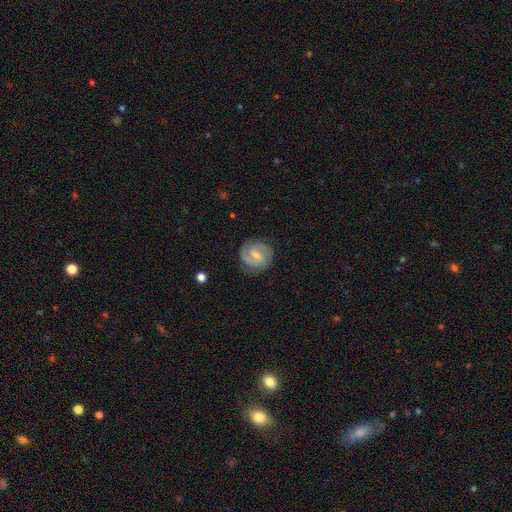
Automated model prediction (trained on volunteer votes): The model was most divided on "spiral winding": medium: 46%, tight: 43%, loose: 11%. More confident: edge-on disk — no (98%); spiral arms — yes (96%); spiral arm count — 2 (87%); merging — none (83%); smooth or featured — featured or disk (82%); bar — weak (58%); bulge size — small (55%).